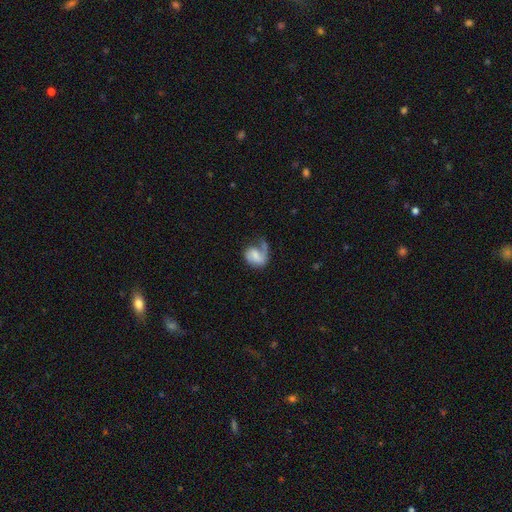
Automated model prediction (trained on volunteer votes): Overall: featured or disk (63%; smooth 30%). Edge-on disk: no (98%). Bar: no (45%; weak 42%). Spiral arms: yes (89%). Spiral arm count: 1 (65%; 2 28%). Spiral winding: loose (40%; medium 38%). Bulge size: small (38%; moderate 28%). Merging: none (39%; major disturbance 35%).